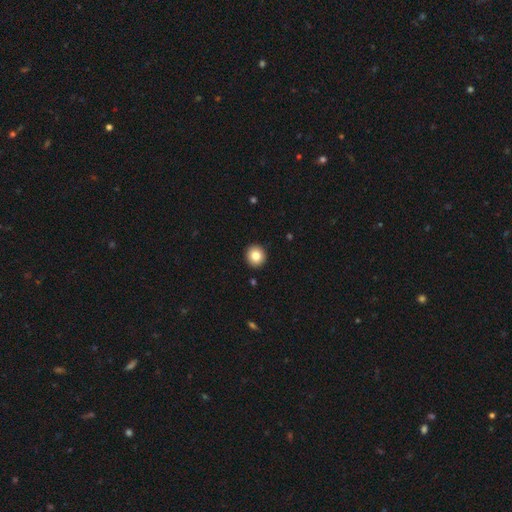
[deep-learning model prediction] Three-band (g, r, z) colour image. It shows a smooth galaxy with no disk features (83%) that is round (92%). Merging: none (93%).